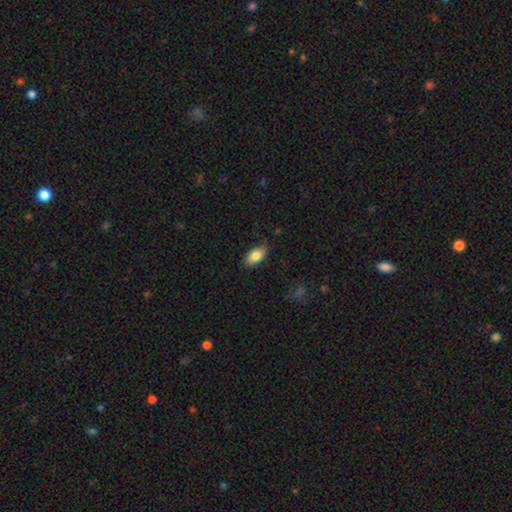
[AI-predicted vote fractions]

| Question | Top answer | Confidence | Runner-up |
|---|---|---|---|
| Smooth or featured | smooth | 83% | featured or disk (10%) |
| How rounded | in between | 92% | cigar-shaped (4%) |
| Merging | none | 85% | minor disturbance (12%) |